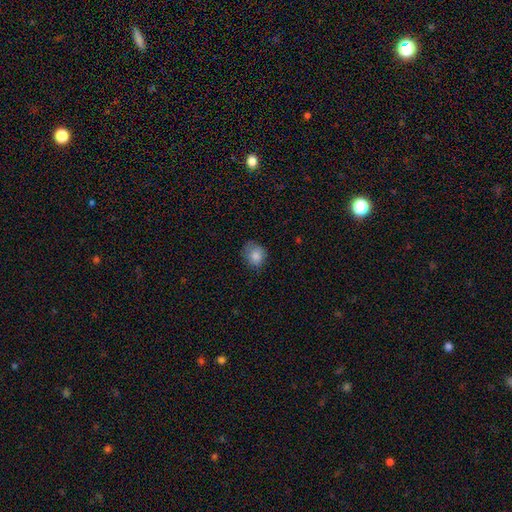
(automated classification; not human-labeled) Q: Smooth or featured?
A: smooth (84%); runner-up: star or artifact (8%)
Q: How rounded?
A: round (65%); runner-up: in between (34%)
Q: Merging?
A: none (63%); runner-up: minor disturbance (28%)